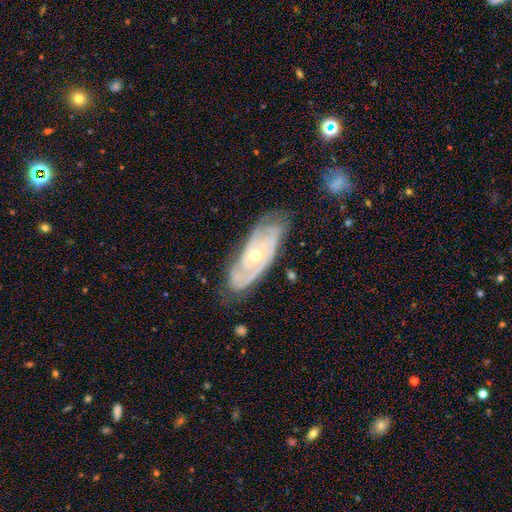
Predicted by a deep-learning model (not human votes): Overall: featured or disk (86%). Edge-on disk: no (91%). Bar: no (75%). Spiral arms: yes (95%). Spiral arm count: 2 (35%; can't tell 27%). Spiral winding: tight (69%). Bulge size: moderate (49%; small 48%). Merging: none (72%).